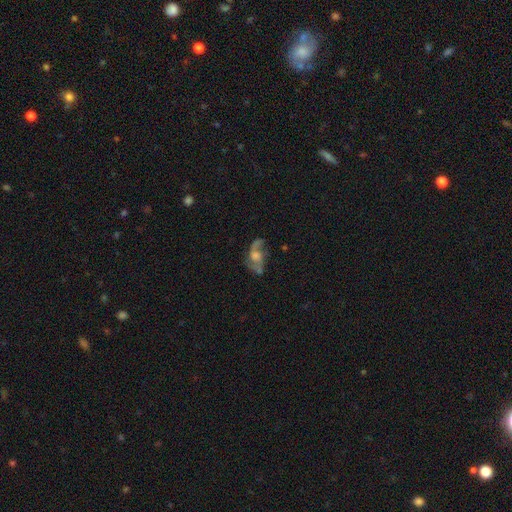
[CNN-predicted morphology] This is likely a featured or disk galaxy (75%). It is clearly not viewed edge-on (94%). Bar: possibly no (60%). Spiral arm pattern: clearly yes (87%). Spiral arm count: likely 2 (78%). Spiral winding: possibly loose (56%). Central bulge: marginally moderate (45%). Merging: possibly none (60%).